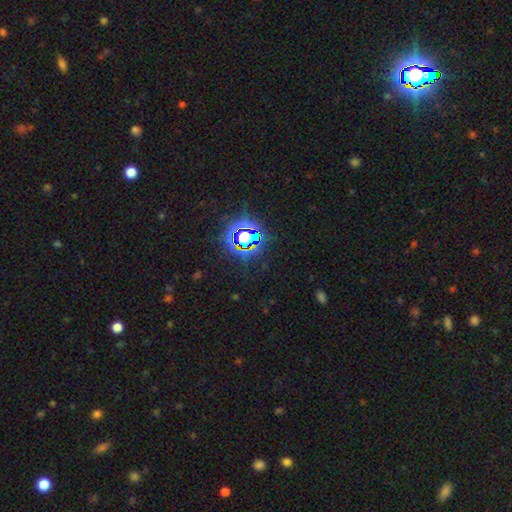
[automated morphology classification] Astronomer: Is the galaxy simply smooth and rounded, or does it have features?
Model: star or artifact — 82%.